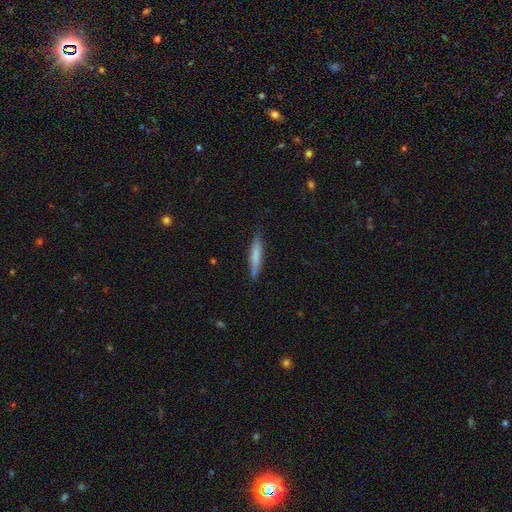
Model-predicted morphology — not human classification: Smooth or featured? smooth (70%)
How rounded? cigar-shaped (90%)
Merging? none (84%)